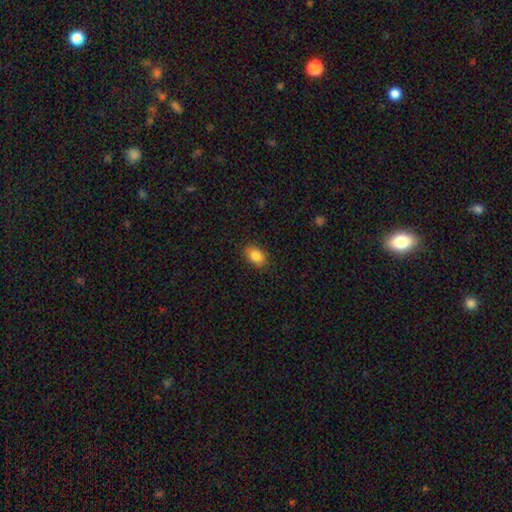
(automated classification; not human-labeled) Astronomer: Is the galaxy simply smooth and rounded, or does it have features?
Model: smooth — 86%.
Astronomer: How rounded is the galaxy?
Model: in between — 82%.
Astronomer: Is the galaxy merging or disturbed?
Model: none — 86%.